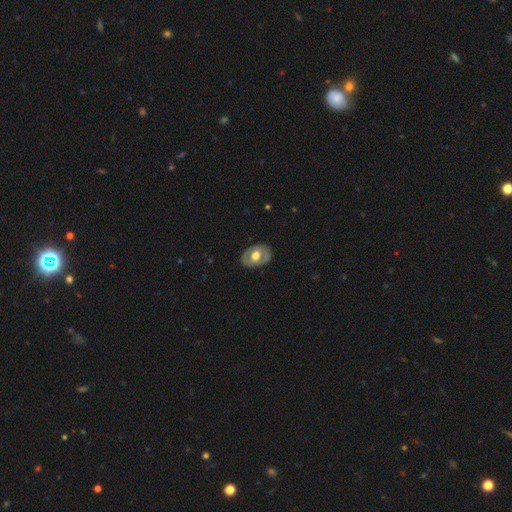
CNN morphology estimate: Smooth or featured?
  - featured or disk: 56% *
  - smooth: 39%
  - star or artifact: 5%
Edge-on disk?
  - no: 92% *
  - yes: 8%
Bar?
  - no: 80% *
  - weak: 16%
  - strong: 5%
Spiral arms?
  - no: 83% *
  - yes: 17%
Bulge size?
  - moderate: 49% *
  - large: 44%
  - small: 3%
  - dominant: 2%
  - none: 1%
Merging?
  - none: 81% *
  - minor disturbance: 14%
  - major disturbance: 4%
  - merger: 1%